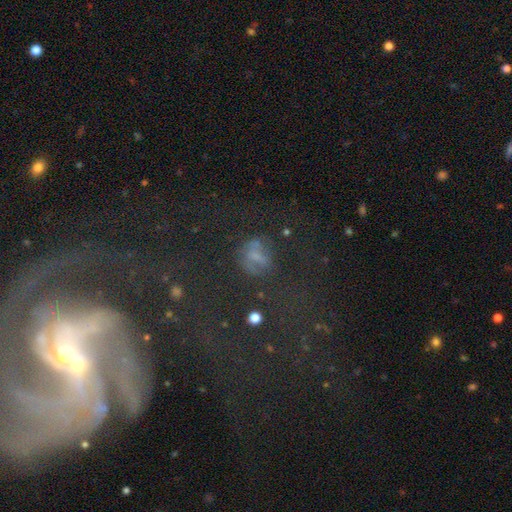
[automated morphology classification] A smooth galaxy with no disk features (44%). Merging: none (54%).